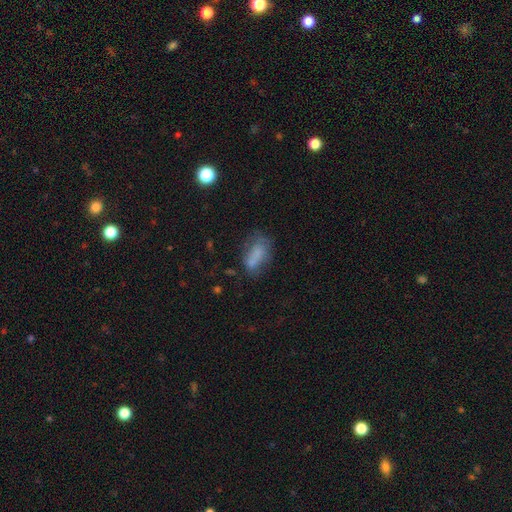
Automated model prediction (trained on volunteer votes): Q: Smooth or featured?
A: smooth (67%); runner-up: featured or disk (21%)
Q: How rounded?
A: in between (86%); runner-up: round (8%)
Q: Merging?
A: none (40%); runner-up: minor disturbance (24%)